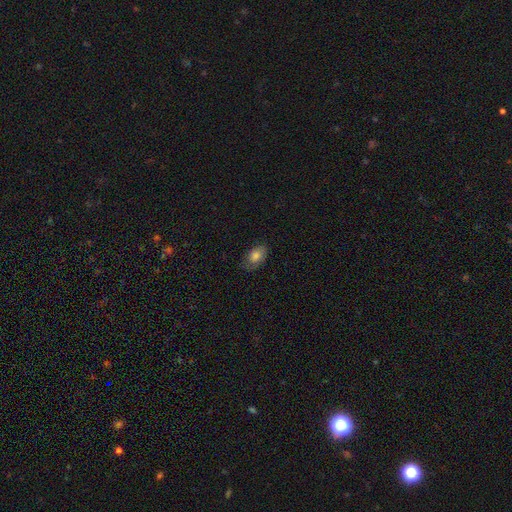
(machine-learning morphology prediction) smooth_or_featured: smooth (p=0.74) [alt: featured or disk p=0.17]
how_rounded: in between (p=0.88) [alt: round p=0.10]
merging: none (p=0.68) [alt: minor disturbance p=0.23]